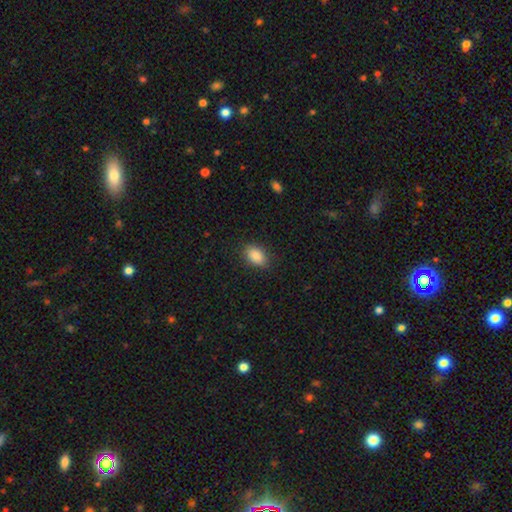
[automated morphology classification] A smooth galaxy with no disk features (88%) that is in between round and cigar-shaped (87%).

Vote fractions:
- Smooth or featured? smooth: 88% / star or artifact: 7% / featured or disk: 4%
- How rounded? in between: 87% / round: 11% / cigar-shaped: 2%
- Merging? none: 85% / minor disturbance: 11% / major disturbance: 3% / merger: 1%